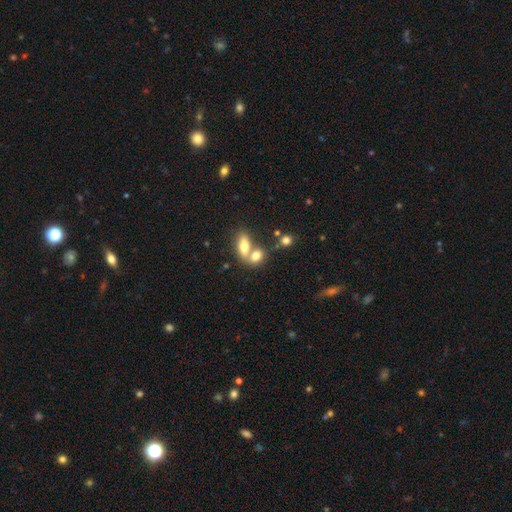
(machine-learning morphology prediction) A smooth galaxy with no disk features (74%) that is in between round and cigar-shaped (76%). Merging: merger (63%).